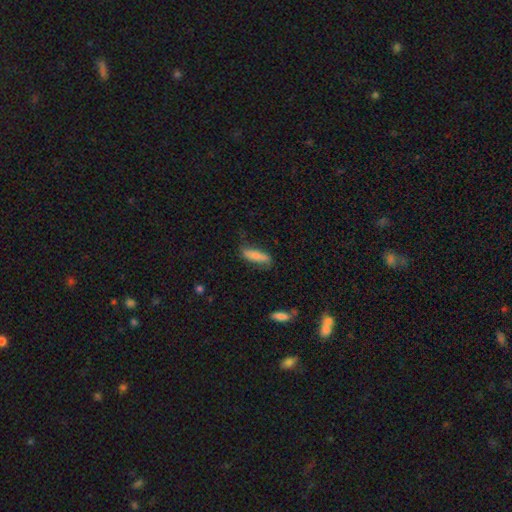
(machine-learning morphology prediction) type=smooth (74%); roundness=cigar-shaped (54%); merging=none (65%).